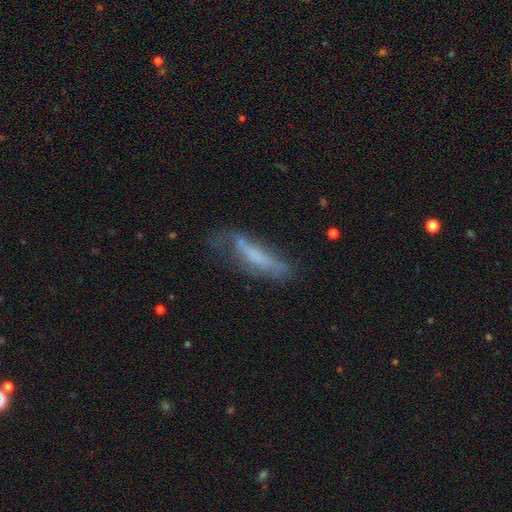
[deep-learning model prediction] Morphology: type=smooth (51%); roundness=cigar-shaped (70%); merging=none (42%).